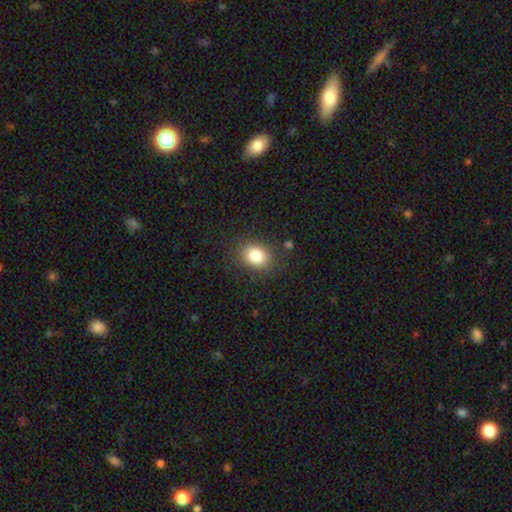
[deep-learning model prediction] This appears to be a smooth galaxy with no disk features (82%) that is round (50%). Merging: none (85%).